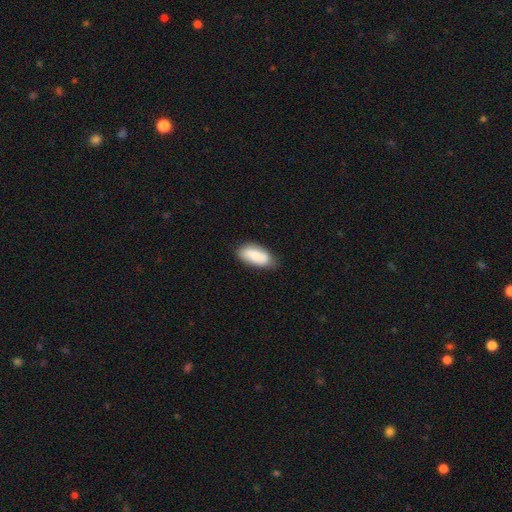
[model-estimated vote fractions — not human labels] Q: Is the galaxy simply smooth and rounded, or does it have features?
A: smooth — 79%.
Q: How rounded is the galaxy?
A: in between — 91%.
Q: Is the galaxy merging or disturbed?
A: none — 71%.